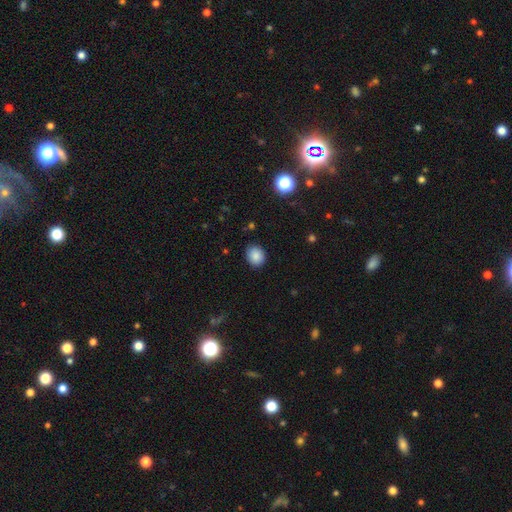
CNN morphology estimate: Smooth or featured? smooth (87%)
How rounded? round (61%)
Merging? none (87%)